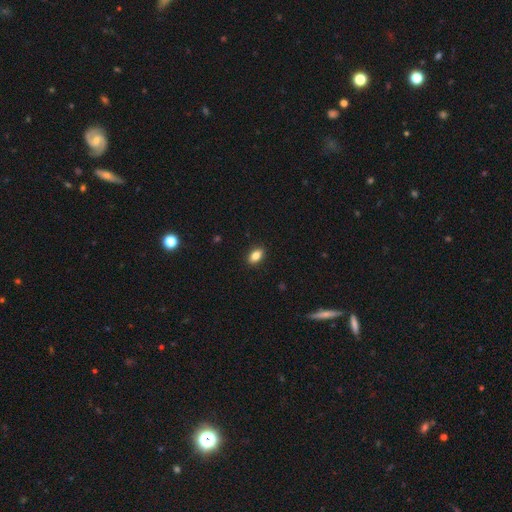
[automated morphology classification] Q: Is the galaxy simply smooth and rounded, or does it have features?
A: smooth — 85%.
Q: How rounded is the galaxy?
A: in between — 86%.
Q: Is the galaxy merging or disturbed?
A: none — 90%.